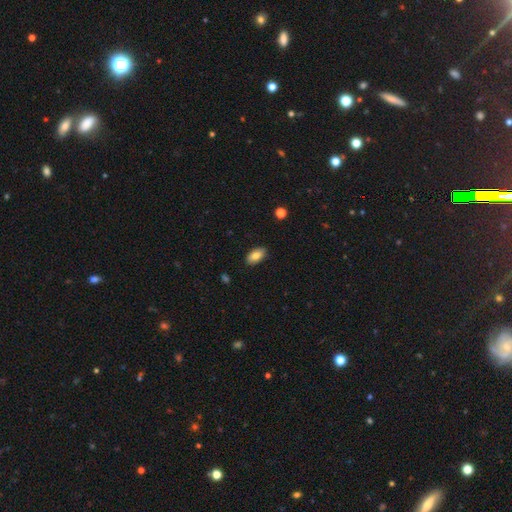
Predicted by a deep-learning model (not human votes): Overall: smooth (80%). How rounded: in between (93%). Merging: none (88%).